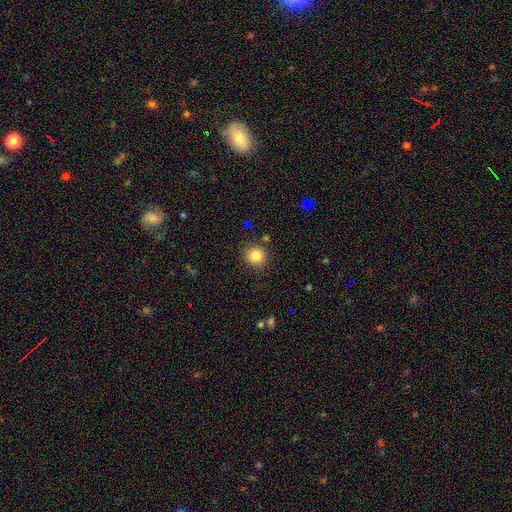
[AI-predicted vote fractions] Smooth or featured: smooth — 84% (star or artifact — 11%)
How rounded: round — 90% (in between — 9%)
Merging: none — 87% (minor disturbance — 8%)